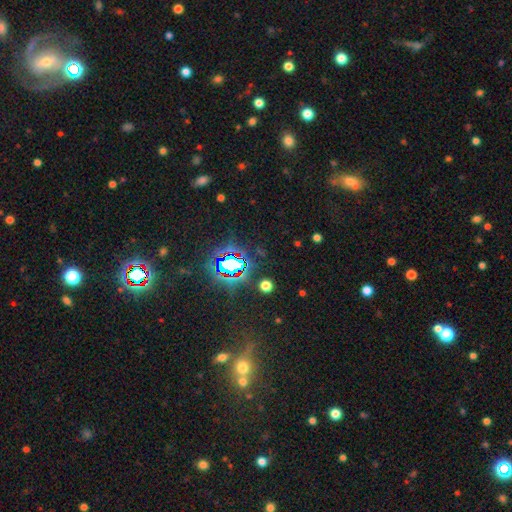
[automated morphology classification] Q: Smooth or featured?
A: star or artifact (76%); runner-up: smooth (14%)